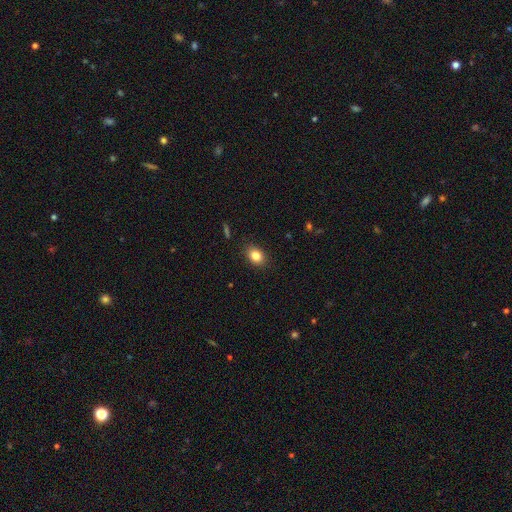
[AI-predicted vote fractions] Smooth or featured? smooth (84%)
How rounded? in between (67%)
Merging? none (87%)